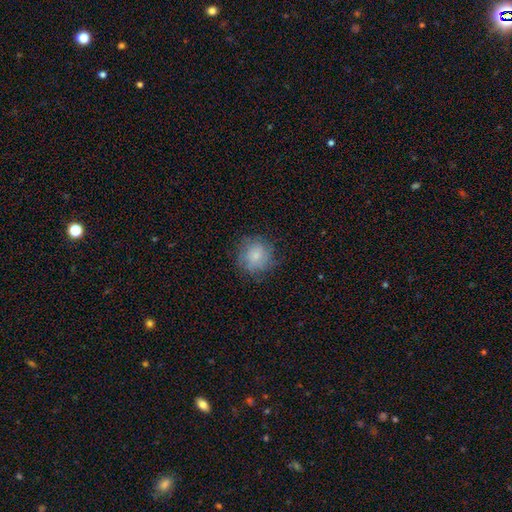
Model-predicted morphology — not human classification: Q: Smooth or featured?
A: smooth (77%); runner-up: featured or disk (14%)
Q: How rounded?
A: round (90%); runner-up: in between (9%)
Q: Merging?
A: none (77%); runner-up: minor disturbance (16%)